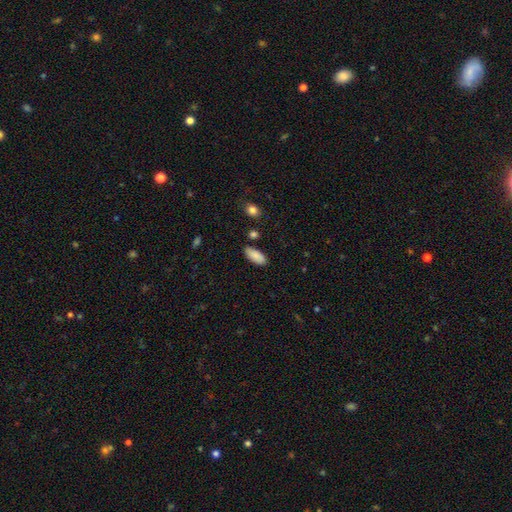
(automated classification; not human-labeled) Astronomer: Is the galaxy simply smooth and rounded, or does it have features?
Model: smooth — 89%.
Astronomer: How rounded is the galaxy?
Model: in between — 86%.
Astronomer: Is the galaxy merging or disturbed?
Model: none — 82%.